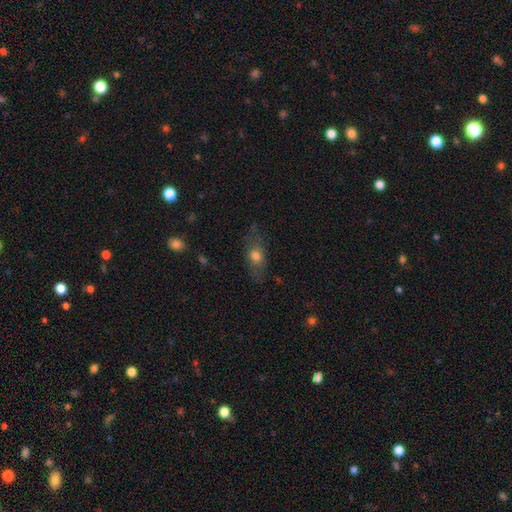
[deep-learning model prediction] Q: Smooth or featured?
A: smooth (65%); runner-up: featured or disk (26%)
Q: How rounded?
A: in between (69%); runner-up: cigar-shaped (19%)
Q: Merging?
A: none (71%); runner-up: minor disturbance (19%)